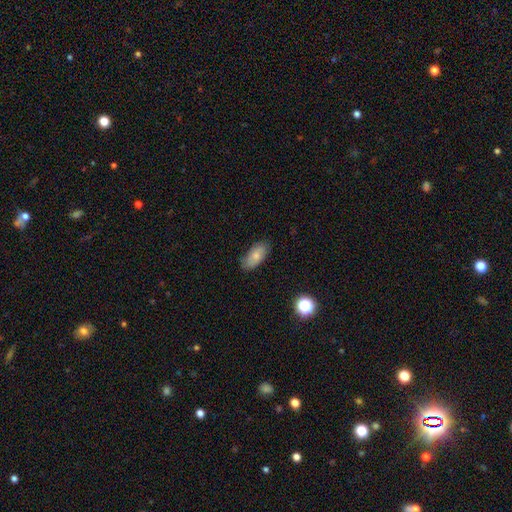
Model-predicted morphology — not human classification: This appears to be a smooth galaxy with no disk features (73%) that is in between round and cigar-shaped (92%). Merging: none (80%).